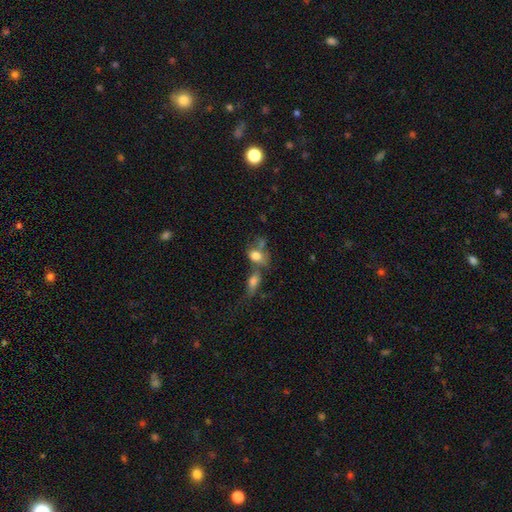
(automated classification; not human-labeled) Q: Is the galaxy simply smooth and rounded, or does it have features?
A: smooth — 73%.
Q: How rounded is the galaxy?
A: in between — 70%.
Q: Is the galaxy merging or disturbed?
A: merger — 46%.